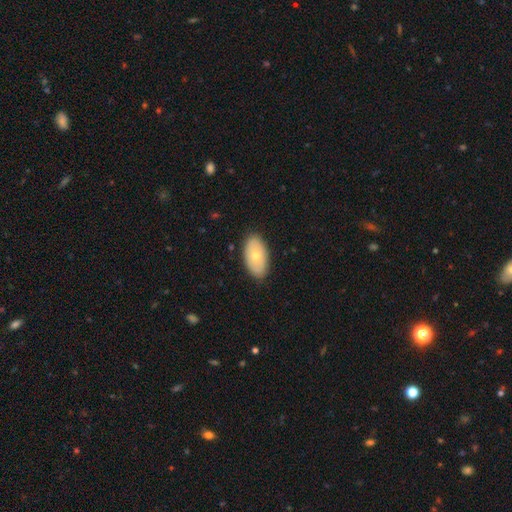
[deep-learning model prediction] Smooth or featured?
  - smooth: 65% *
  - featured or disk: 29%
  - star or artifact: 6%
How rounded?
  - in between: 94% *
  - round: 4%
  - cigar-shaped: 2%
Merging?
  - none: 86% *
  - minor disturbance: 11%
  - major disturbance: 2%
  - merger: 1%